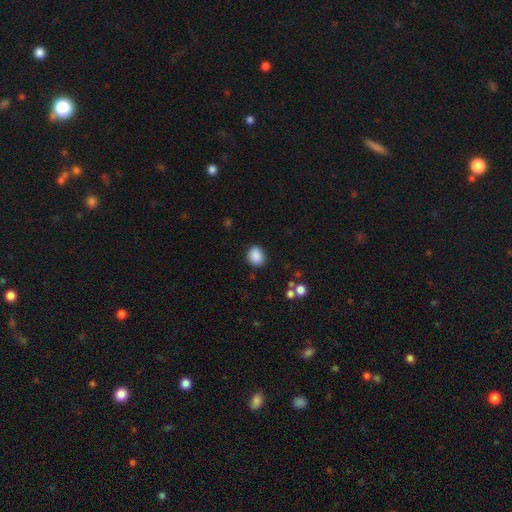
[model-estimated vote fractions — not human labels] Overall: smooth (88%). How rounded: round (54%; in between 45%). Merging: none (86%).